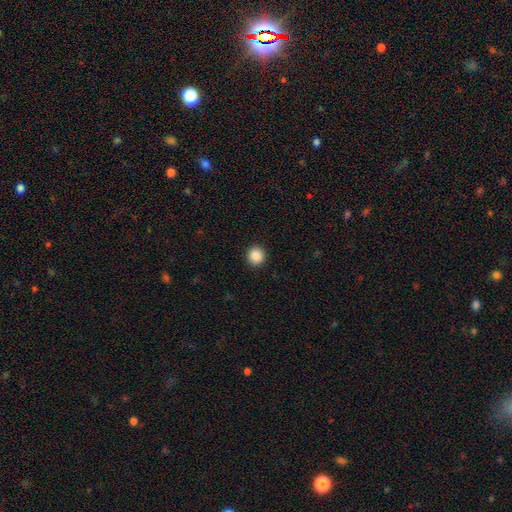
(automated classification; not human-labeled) smooth_or_featured: smooth (p=0.89) [alt: star or artifact p=0.09]
how_rounded: round (p=0.88) [alt: in between p=0.11]
merging: none (p=0.92) [alt: minor disturbance p=0.05]